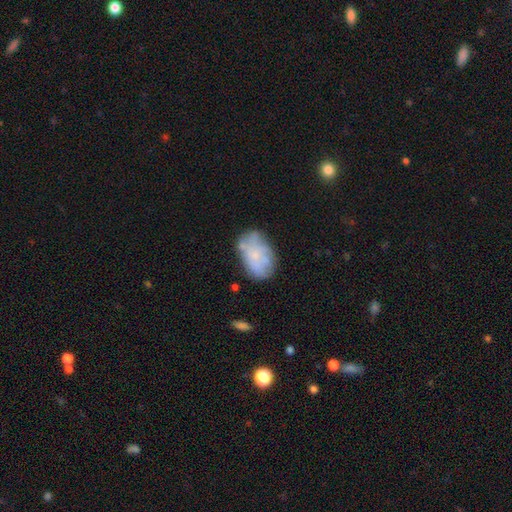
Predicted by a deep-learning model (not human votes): A smooth galaxy with no disk features (47%). Merging: none (56%).